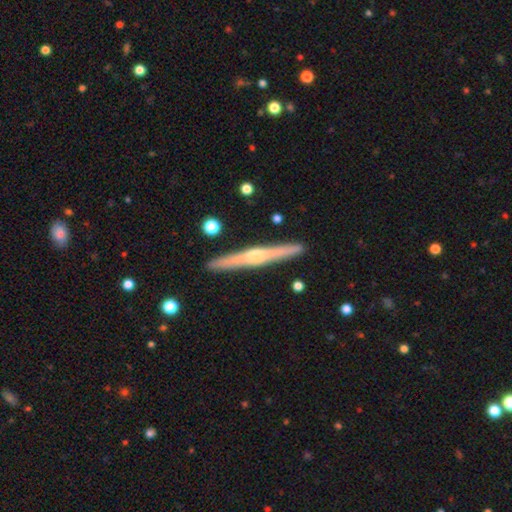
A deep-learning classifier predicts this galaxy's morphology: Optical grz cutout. It shows a featured or disk galaxy (71%) viewed edge-on (98%) with a rounded central bulge (82%). Merging: none (91%).